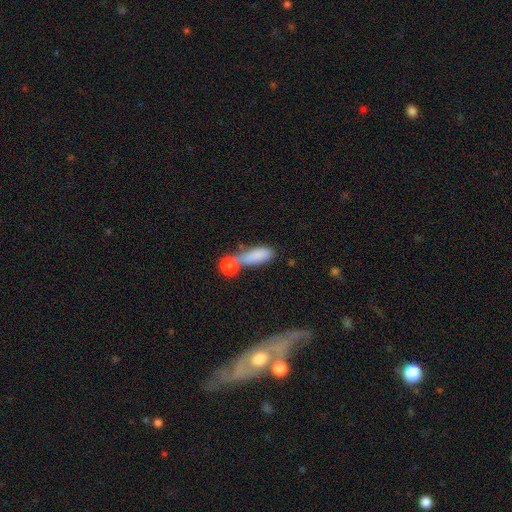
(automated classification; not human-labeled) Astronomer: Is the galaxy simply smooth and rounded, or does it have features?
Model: smooth — 81%.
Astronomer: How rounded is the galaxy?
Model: in between — 55% (runner-up: cigar-shaped, 37%).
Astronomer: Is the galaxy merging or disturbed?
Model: none — 38%, tied with merger at 38%.